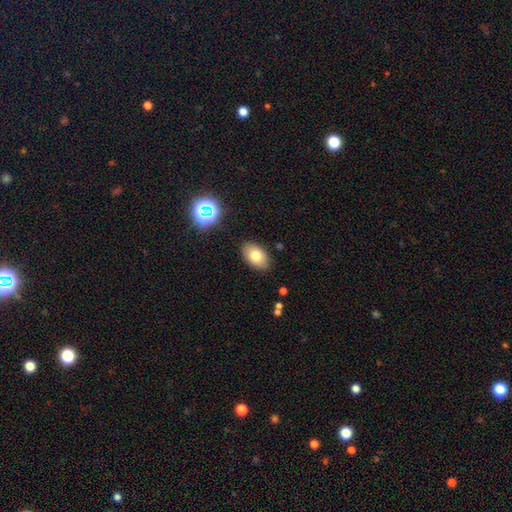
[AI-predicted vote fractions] smooth_or_featured: smooth (p=0.77) [alt: featured or disk p=0.13]
how_rounded: in between (p=0.89) [alt: round p=0.09]
merging: none (p=0.86) [alt: minor disturbance p=0.10]